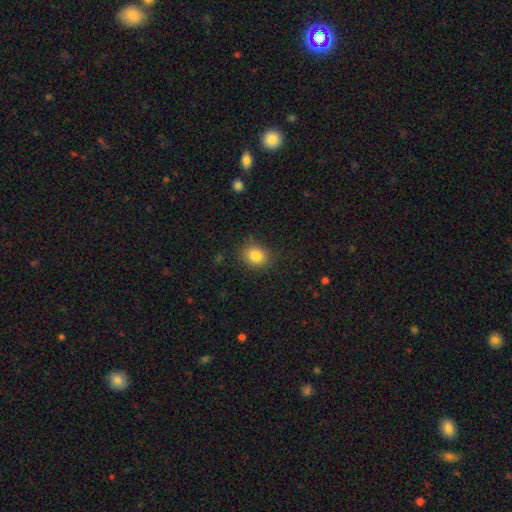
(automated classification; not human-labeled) This is clearly a smooth galaxy (84%). How rounded: possibly round (52%). Merging: clearly none (84%).